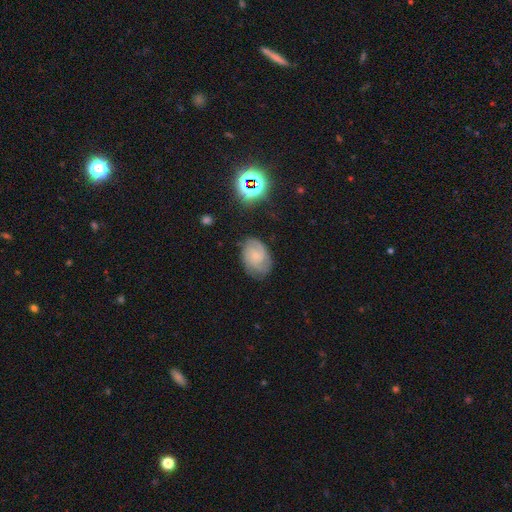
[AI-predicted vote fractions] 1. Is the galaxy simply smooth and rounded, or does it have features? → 67% featured or disk, 23% smooth, 10% star or artifact.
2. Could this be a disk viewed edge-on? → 97% no, 3% yes.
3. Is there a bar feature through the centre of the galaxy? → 70% no, 27% weak, 4% strong.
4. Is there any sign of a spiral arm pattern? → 93% yes, 7% no.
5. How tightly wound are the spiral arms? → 48% tight, 40% medium, 12% loose.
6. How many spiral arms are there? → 35% 2, 26% can't tell, 26% 3, 5% 4, 5% 1, 4% more than 4.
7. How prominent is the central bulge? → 69% small, 19% moderate, 10% none, 2% large, 1% dominant.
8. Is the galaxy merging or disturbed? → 68% none, 22% minor disturbance, 8% major disturbance, 2% merger.